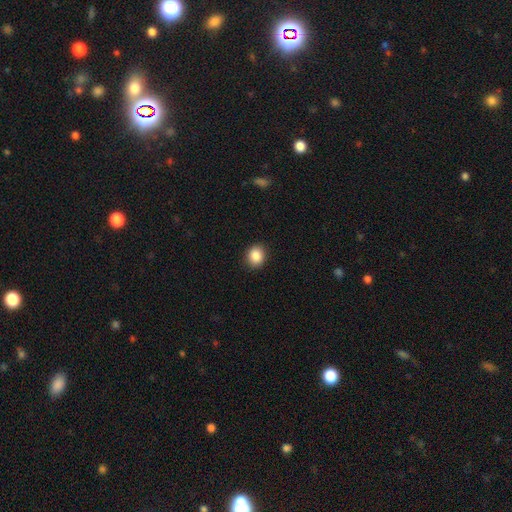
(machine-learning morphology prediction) smooth-or-featured: smooth: 88% | star or artifact: 9% | featured or disk: 4%
  how-rounded: round: 70% | in between: 29% | cigar-shaped: 1%
  merging: none: 90% | minor disturbance: 7% | major disturbance: 2% | merger: 1%